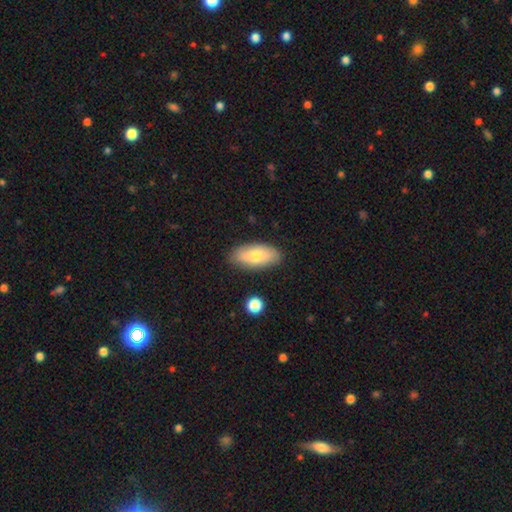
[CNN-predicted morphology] type=smooth (73%); roundness=in between (89%); merging=none (84%).